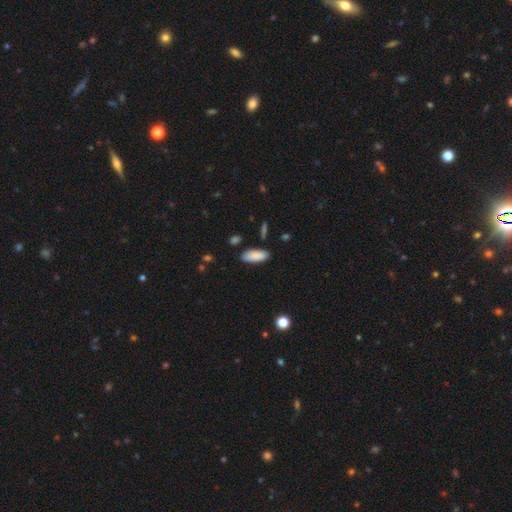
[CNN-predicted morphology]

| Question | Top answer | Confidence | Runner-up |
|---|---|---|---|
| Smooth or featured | smooth | 88% | star or artifact (6%) |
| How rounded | in between | 80% | cigar-shaped (18%) |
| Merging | none | 83% | minor disturbance (12%) |